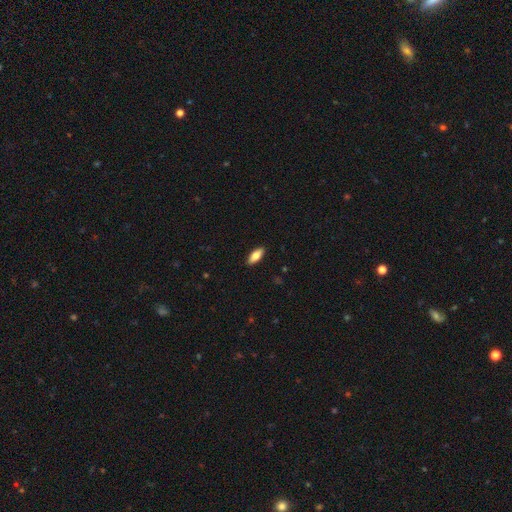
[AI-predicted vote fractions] Morphology: type=smooth (78%); roundness=in between (80%); merging=none (90%).